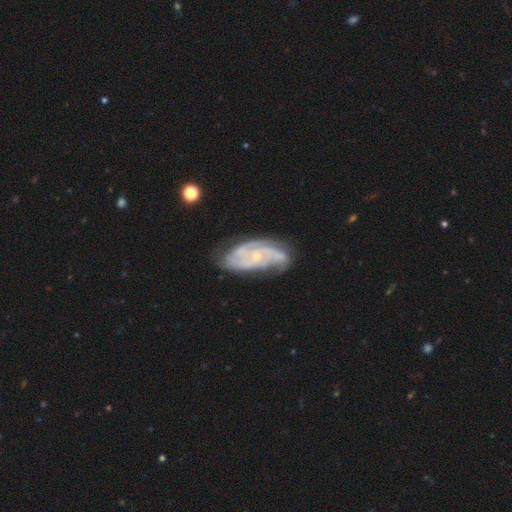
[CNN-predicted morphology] A featured or disk galaxy (83%) with no bar (66%), 3 (33%) tight (47%) spiral arms (95%) and a small central bulge (74%). Merging: none (63%).